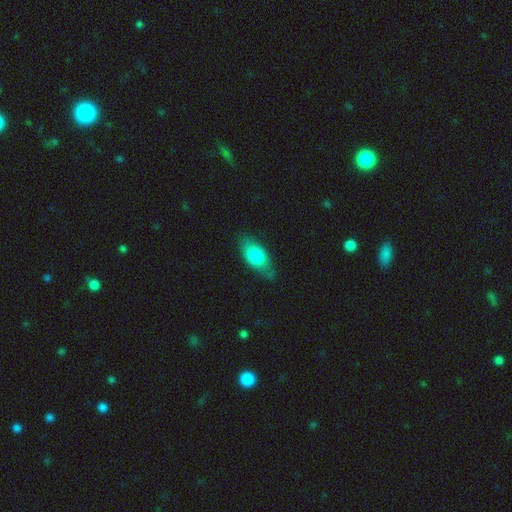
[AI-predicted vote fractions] Smooth or featured: smooth — 77% (featured or disk — 16%)
How rounded: in between — 86% (cigar-shaped — 9%)
Merging: none — 68% (minor disturbance — 24%)